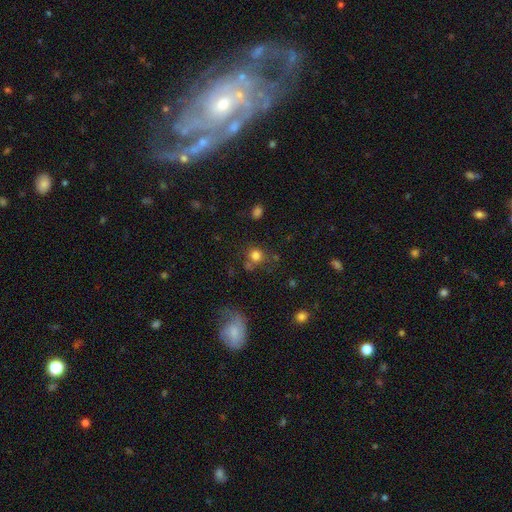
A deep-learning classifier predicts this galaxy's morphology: The model was most divided on "merging": none: 69%, minor disturbance: 14%, merger: 11%, major disturbance: 7%. More confident: how rounded — round (87%); smooth or featured — smooth (79%).